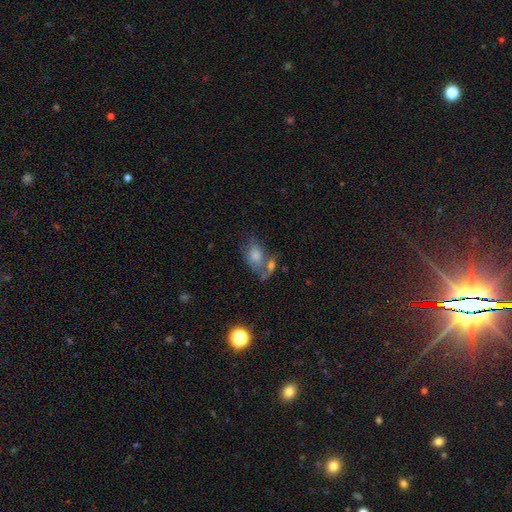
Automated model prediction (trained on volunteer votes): Overall: smooth (67%). How rounded: in between (75%). Merging: merger (33%; none 32%).